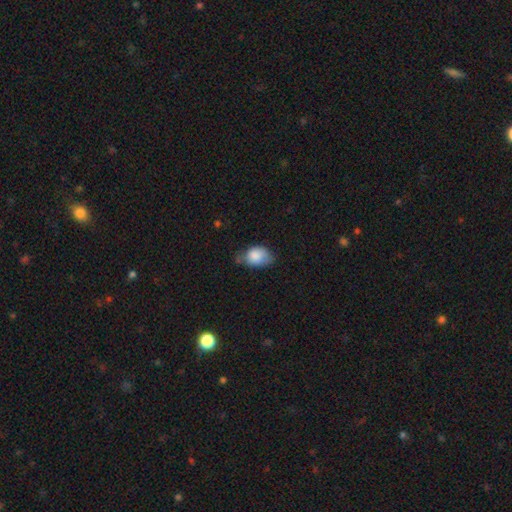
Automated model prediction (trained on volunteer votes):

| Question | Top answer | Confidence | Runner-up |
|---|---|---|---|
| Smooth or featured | smooth | 83% | featured or disk (9%) |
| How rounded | in between | 80% | round (19%) |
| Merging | minor disturbance | 44% | none (41%) |